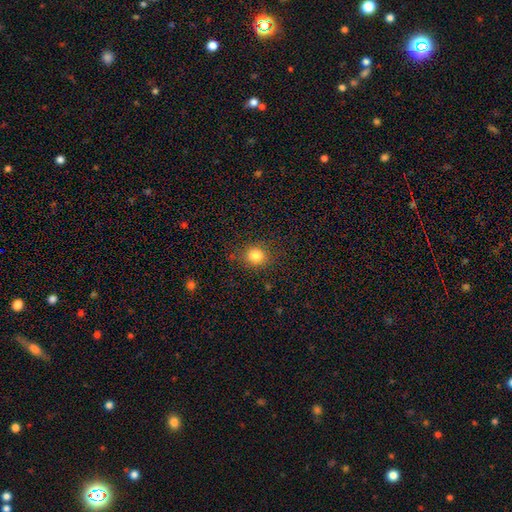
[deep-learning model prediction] Smooth or featured?
  - smooth: 83% *
  - star or artifact: 12%
  - featured or disk: 5%
How rounded?
  - round: 78% *
  - in between: 21%
  - cigar-shaped: 1%
Merging?
  - none: 82% *
  - minor disturbance: 12%
  - major disturbance: 5%
  - merger: 1%